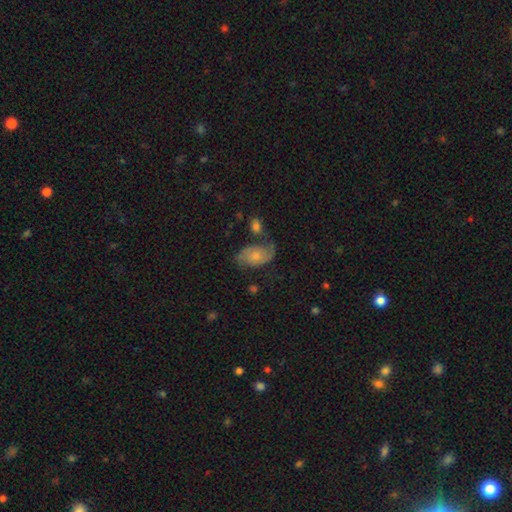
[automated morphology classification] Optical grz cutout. It shows a featured or disk galaxy (57%) with no bar (75%), spiral arms (85%) and a moderate central bulge (44%). Merging: none (51%).